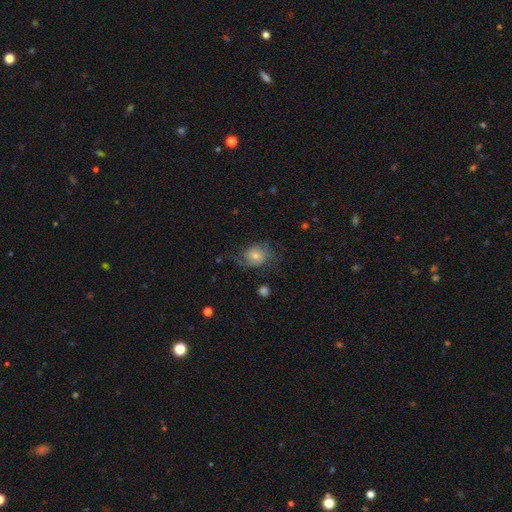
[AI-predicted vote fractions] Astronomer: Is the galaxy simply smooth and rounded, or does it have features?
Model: smooth — 57% (runner-up: featured or disk, 33%).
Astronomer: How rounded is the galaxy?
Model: round — 63%.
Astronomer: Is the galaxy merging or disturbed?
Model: none — 52%.